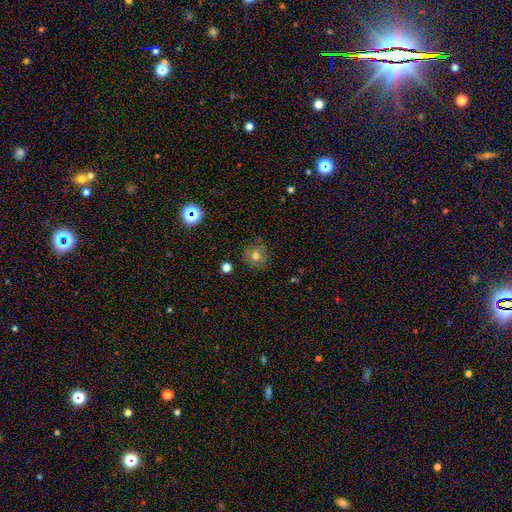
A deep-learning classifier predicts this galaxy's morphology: A smooth galaxy with no disk features (70%) that is round (91%). Merging: none (84%).